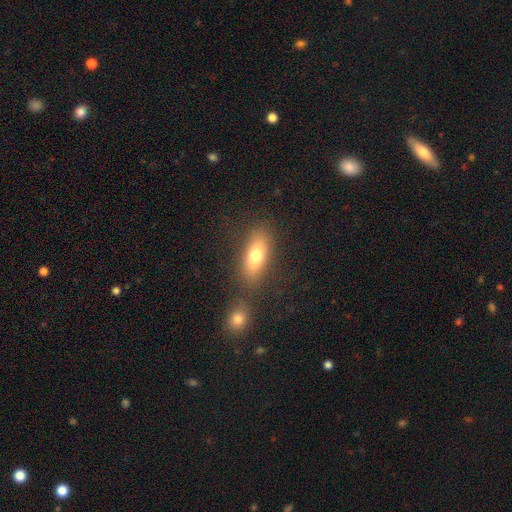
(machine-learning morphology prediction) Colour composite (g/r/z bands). It shows a smooth galaxy with no disk features (73%) that is in between round and cigar-shaped (72%). Merging: none (75%).